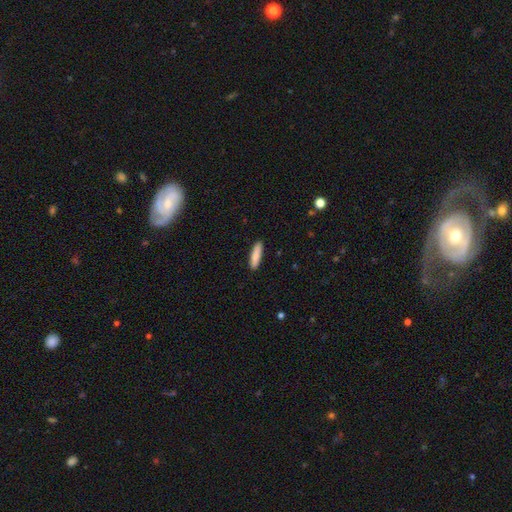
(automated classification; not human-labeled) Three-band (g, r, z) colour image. It shows a smooth galaxy with no disk features (86%) that is cigar-shaped (80%). Merging: none (90%).